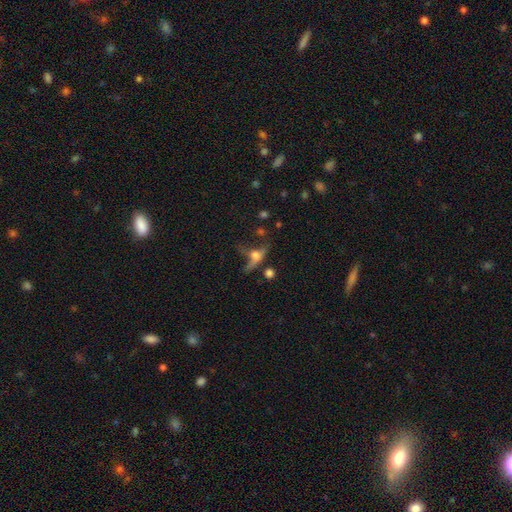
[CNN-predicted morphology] Overall: featured or disk (46%; smooth 38%). Merging: none (43%; major disturbance 24%).